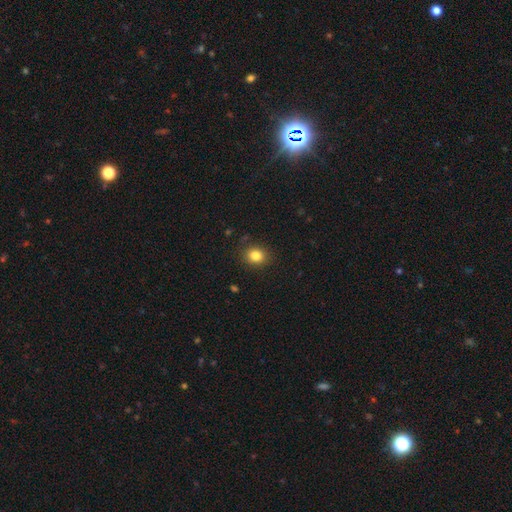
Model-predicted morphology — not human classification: Smooth or featured?
  - smooth: 83% *
  - star or artifact: 11%
  - featured or disk: 6%
How rounded?
  - round: 65% *
  - in between: 35%
  - cigar-shaped: 1%
Merging?
  - none: 87% *
  - minor disturbance: 10%
  - major disturbance: 3%
  - merger: 1%